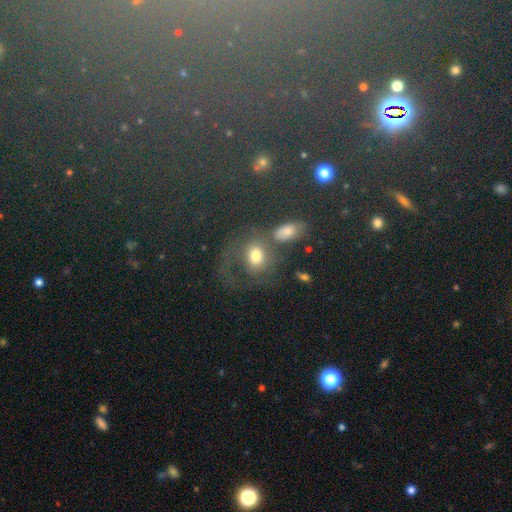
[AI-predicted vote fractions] Smooth or featured: smooth — 52% (featured or disk — 34%)
How rounded: in between — 50% (round — 48%)
Merging: none — 36% (merger — 25%)